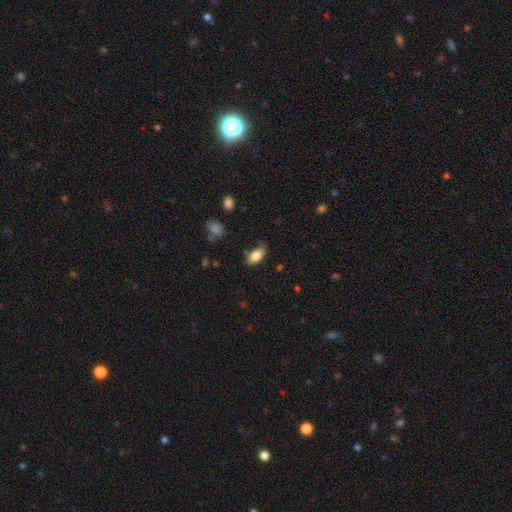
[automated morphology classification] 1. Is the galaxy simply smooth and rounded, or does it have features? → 81% smooth, 12% featured or disk, 7% star or artifact.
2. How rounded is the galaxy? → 91% in between, 5% cigar-shaped, 4% round.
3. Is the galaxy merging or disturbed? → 63% none, 28% minor disturbance, 6% major disturbance, 2% merger.